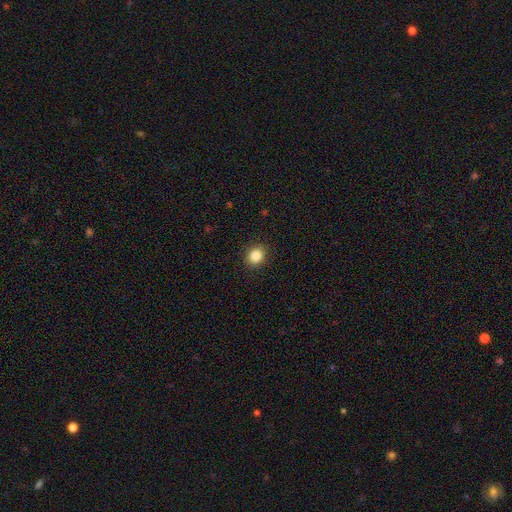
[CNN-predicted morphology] smooth_or_featured: smooth (p=0.86) [alt: star or artifact p=0.10]
how_rounded: round (p=0.78) [alt: in between p=0.21]
merging: none (p=0.91) [alt: minor disturbance p=0.06]